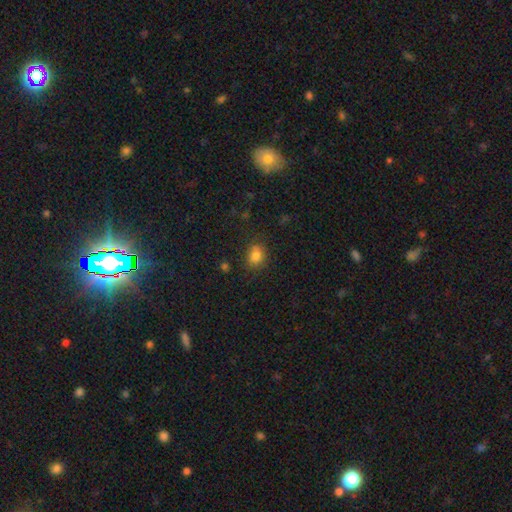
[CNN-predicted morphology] smooth-or-featured: smooth: 81% | star or artifact: 13% | featured or disk: 7%
  how-rounded: round: 51% | in between: 47% | cigar-shaped: 1%
  merging: none: 73% | minor disturbance: 18% | major disturbance: 5% | merger: 4%